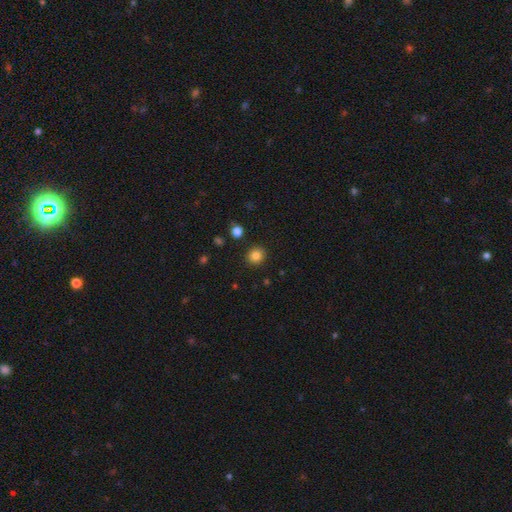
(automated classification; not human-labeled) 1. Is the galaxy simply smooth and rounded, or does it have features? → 84% smooth, 11% star or artifact, 5% featured or disk.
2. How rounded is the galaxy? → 84% round, 15% in between, 1% cigar-shaped.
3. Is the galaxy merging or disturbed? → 90% none, 6% minor disturbance, 2% major disturbance, 2% merger.